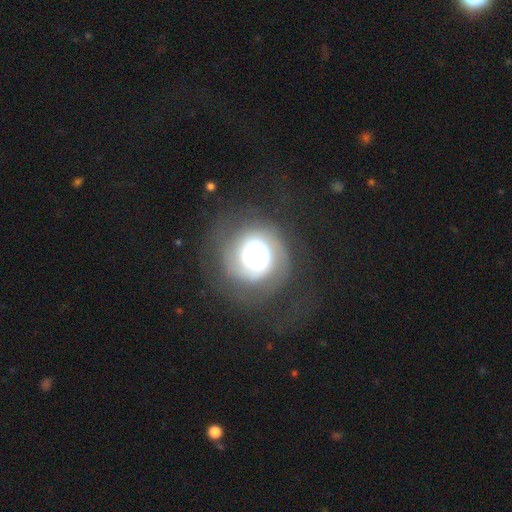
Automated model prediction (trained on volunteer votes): smooth-or-featured: featured or disk: 53% | smooth: 34% | star or artifact: 13%
  disk-edge-on: no: 97% | yes: 3%
    bar: no: 81% | weak: 12% | strong: 7%
    has-spiral-arms: yes: 70% | no: 30%
    bulge-size: dominant: 45% | large: 42% | moderate: 7% | small: 3% | none: 2%
  merging: none: 56% | major disturbance: 22% | minor disturbance: 19% | merger: 3%